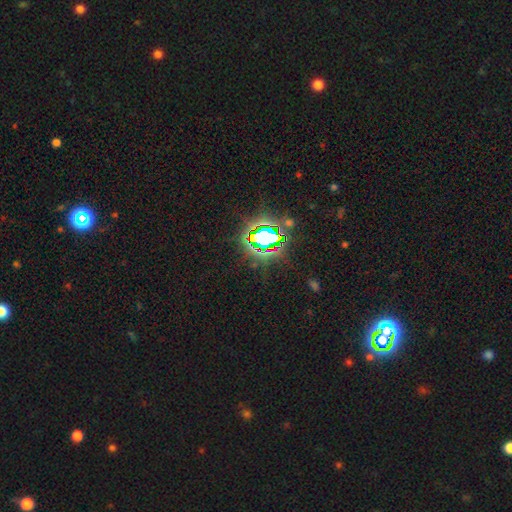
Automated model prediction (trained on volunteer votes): Smooth or featured?
  - star or artifact: 84% *
  - smooth: 9%
  - featured or disk: 6%